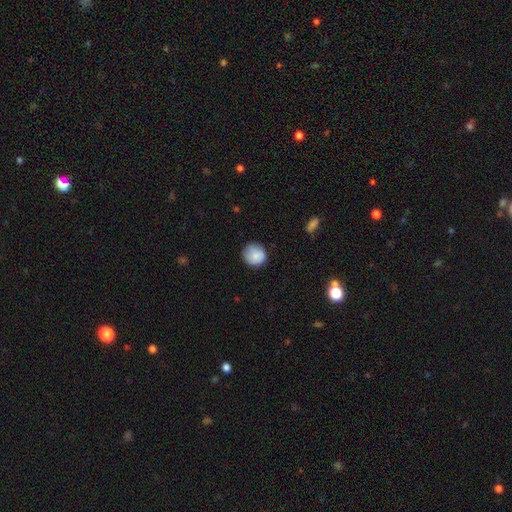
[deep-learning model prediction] The model was most divided on "merging": none: 83%, minor disturbance: 14%, major disturbance: 3%, merger: 1%. More confident: how rounded — round (90%); smooth or featured — smooth (86%).